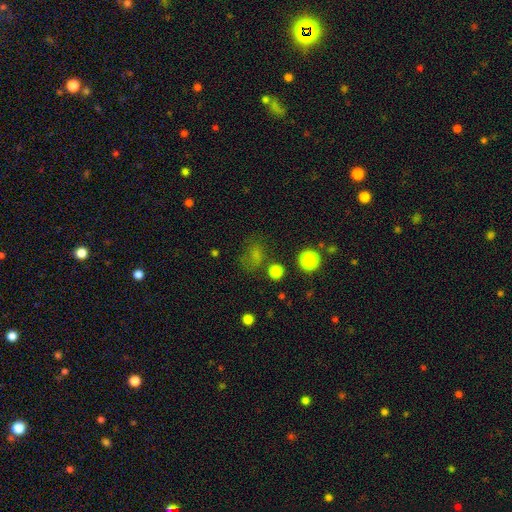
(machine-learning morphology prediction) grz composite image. It shows a smooth galaxy with no disk features (63%) that is in between round and cigar-shaped (52%). Merging: none (56%).